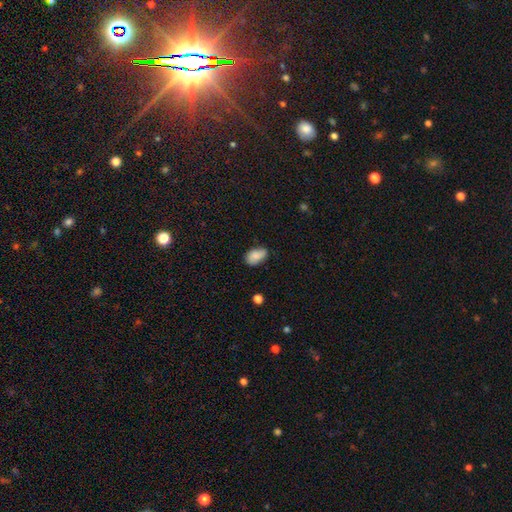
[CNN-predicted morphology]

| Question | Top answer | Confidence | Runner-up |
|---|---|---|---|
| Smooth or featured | smooth | 83% | featured or disk (10%) |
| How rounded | in between | 91% | round (8%) |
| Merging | none | 63% | minor disturbance (30%) |